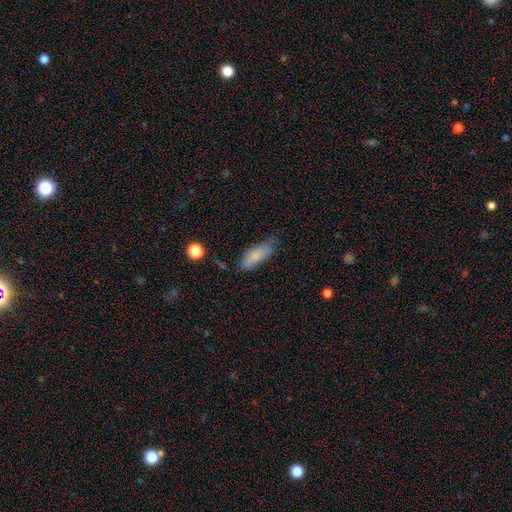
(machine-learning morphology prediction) Smooth or featured?
  - smooth: 82% *
  - featured or disk: 11%
  - star or artifact: 7%
How rounded?
  - in between: 68% *
  - cigar-shaped: 30%
  - round: 2%
Merging?
  - none: 62% *
  - minor disturbance: 29%
  - major disturbance: 6%
  - merger: 3%